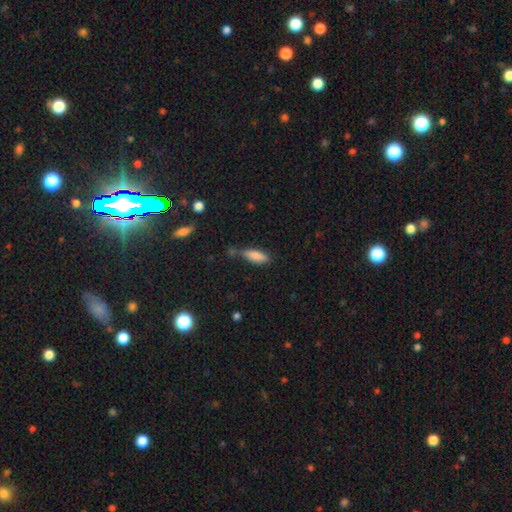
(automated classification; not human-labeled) Smooth or featured?
  - smooth: 83% *
  - featured or disk: 10%
  - star or artifact: 8%
How rounded?
  - in between: 59% *
  - cigar-shaped: 39%
  - round: 2%
Merging?
  - none: 51% *
  - minor disturbance: 29%
  - merger: 12%
  - major disturbance: 9%